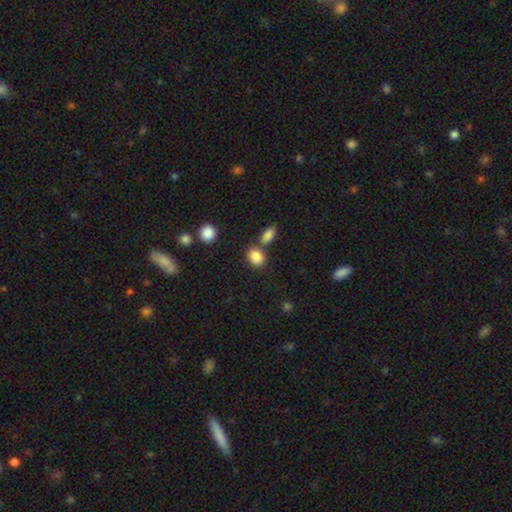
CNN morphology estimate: Q: Smooth or featured?
A: smooth (86%); runner-up: star or artifact (9%)
Q: How rounded?
A: in between (62%); runner-up: round (37%)
Q: Merging?
A: none (61%); runner-up: merger (24%)